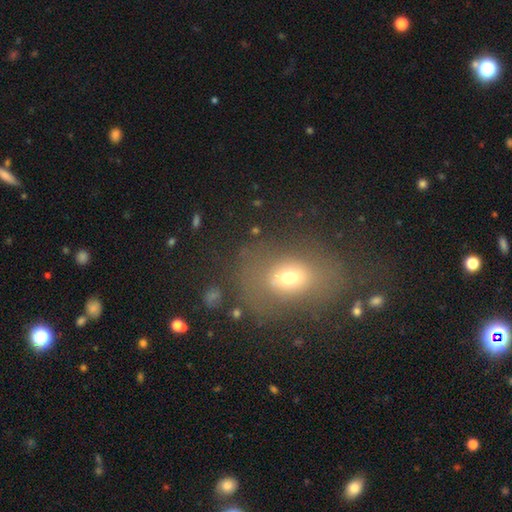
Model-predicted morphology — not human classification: This is possibly a smooth galaxy (60%). How rounded: likely in between (70%). Merging: likely none (76%).